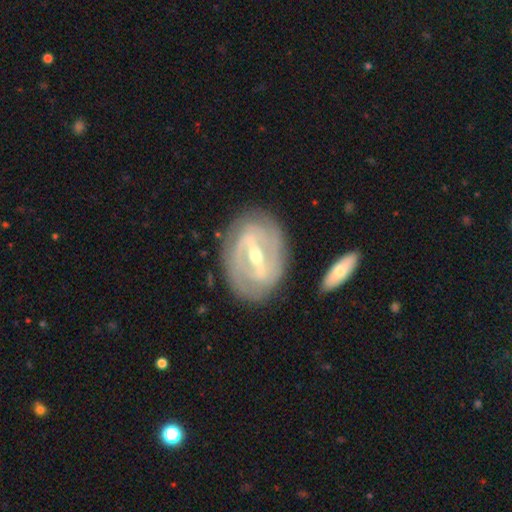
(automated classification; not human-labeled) smooth-or-featured: featured or disk: 87% | smooth: 9% | star or artifact: 5%
  disk-edge-on: no: 92% | yes: 8%
    bar: strong: 74% | weak: 20% | no: 5%
    has-spiral-arms: yes: 82% | no: 18%
      spiral-winding: tight: 64% | medium: 27% | loose: 9%
      spiral-arm-count: 2: 56% | can't tell: 25% | 3: 10% | 4: 4% | 1: 3% | more than 4: 2%
    bulge-size: moderate: 58% | small: 37% | large: 3% | none: 1% | dominant: 1%
  merging: none: 80% | minor disturbance: 13% | major disturbance: 5% | merger: 2%